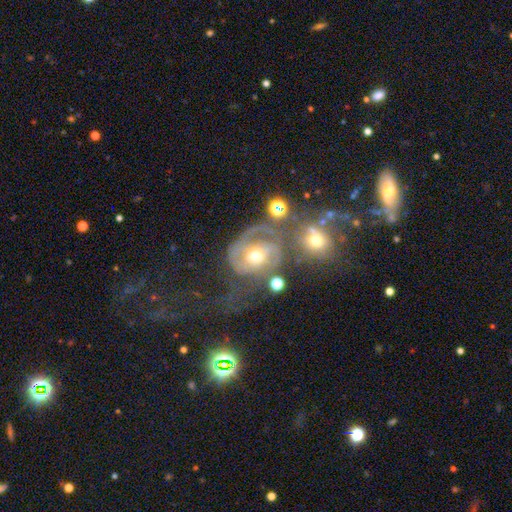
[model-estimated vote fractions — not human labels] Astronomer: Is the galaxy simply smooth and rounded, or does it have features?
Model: featured or disk — 73%.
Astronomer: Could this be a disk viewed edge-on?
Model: no — 97%.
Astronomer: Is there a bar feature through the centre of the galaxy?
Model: no — 63%.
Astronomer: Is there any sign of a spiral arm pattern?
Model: yes — 84%.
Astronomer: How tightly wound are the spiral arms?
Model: medium — 41% (runner-up: tight, 40%).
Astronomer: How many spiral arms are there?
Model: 2 — 48%.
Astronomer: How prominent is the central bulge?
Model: moderate — 59%.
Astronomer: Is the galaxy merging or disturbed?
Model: none — 29% (runner-up: major disturbance, 28%).